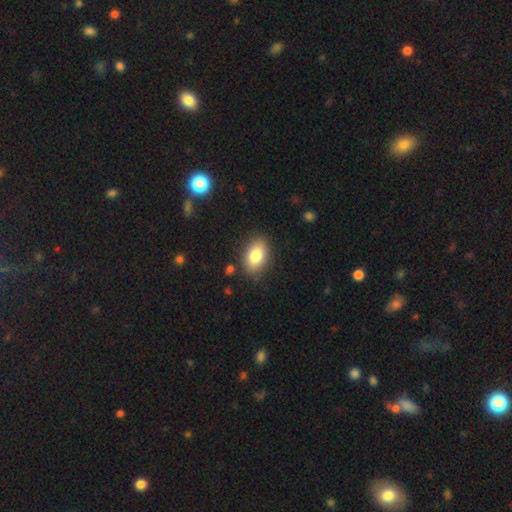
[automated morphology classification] The model was most divided on "smooth or featured": smooth: 82%, featured or disk: 10%, star or artifact: 8%. More confident: how rounded — in between (88%); merging — none (86%).